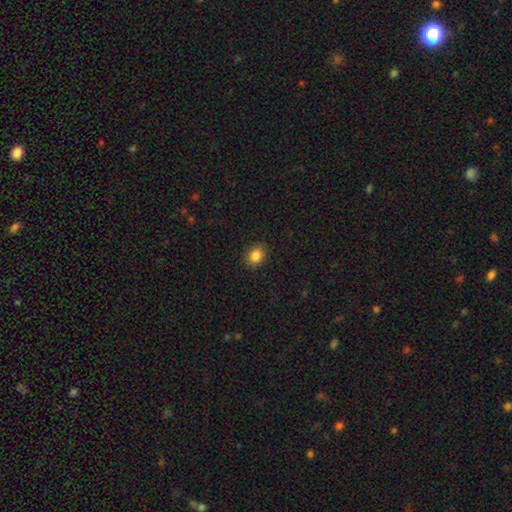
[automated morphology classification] Smooth or featured? smooth (86%)
How rounded? in between (53%)
Merging? none (89%)